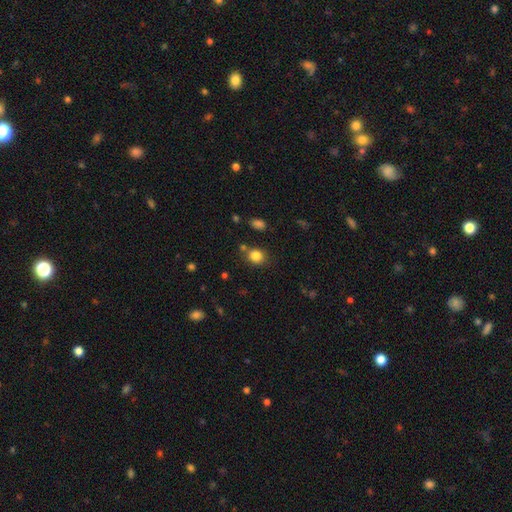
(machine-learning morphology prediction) smooth-or-featured: smooth: 83% | star or artifact: 11% | featured or disk: 6%
  how-rounded: round: 66% | in between: 33% | cigar-shaped: 1%
  merging: none: 77% | minor disturbance: 12% | merger: 7% | major disturbance: 4%